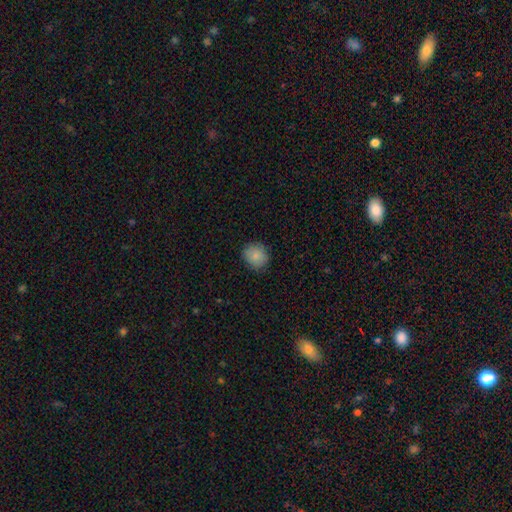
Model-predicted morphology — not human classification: The model was most divided on "how rounded": round: 81%, in between: 18%, cigar-shaped: 1%. More confident: smooth or featured — smooth (87%); merging — none (85%).